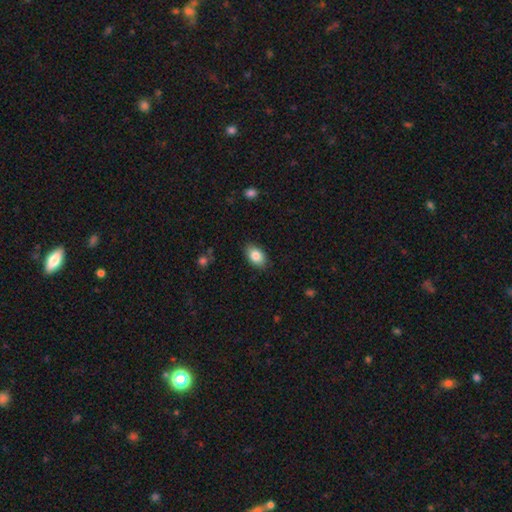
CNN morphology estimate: This appears to be a smooth galaxy with no disk features (84%) that is in between round and cigar-shaped (90%). Merging: none (87%).